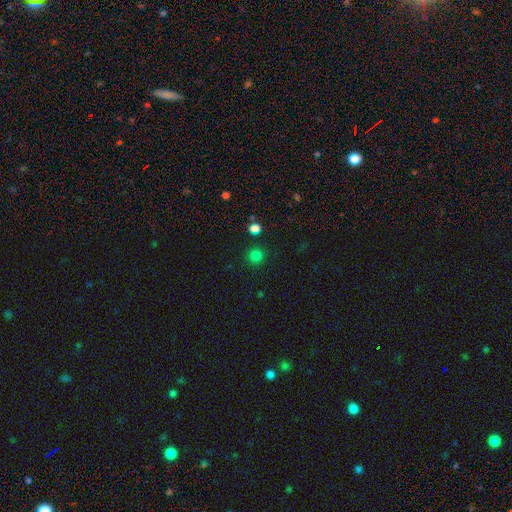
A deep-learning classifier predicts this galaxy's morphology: A smooth galaxy with no disk features (80%) that is round (94%).

Vote fractions:
- Smooth or featured? smooth: 80% / star or artifact: 17% / featured or disk: 3%
- How rounded? round: 94% / in between: 5% / cigar-shaped: 1%
- Merging? none: 90% / minor disturbance: 6% / merger: 2% / major disturbance: 2%